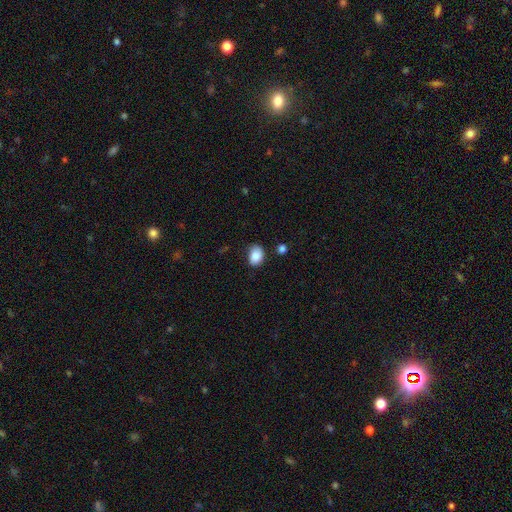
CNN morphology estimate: A smooth galaxy with no disk features (87%) that is in between round and cigar-shaped (69%).

Vote fractions:
- Smooth or featured? smooth: 87% / star or artifact: 8% / featured or disk: 4%
- How rounded? in between: 69% / round: 30% / cigar-shaped: 1%
- Merging? none: 73% / minor disturbance: 20% / major disturbance: 4% / merger: 3%